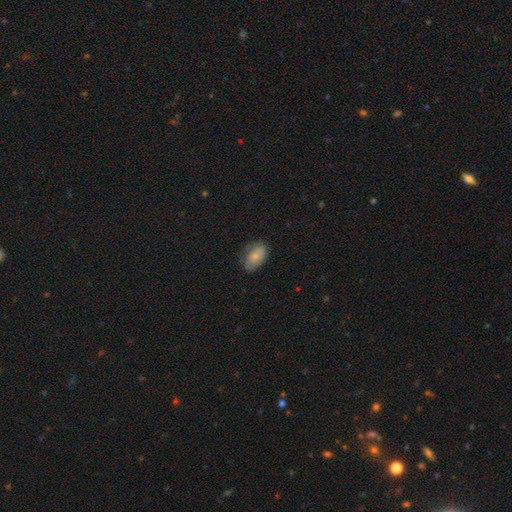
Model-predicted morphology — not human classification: This is likely a smooth galaxy (70%). How rounded: clearly in between (91%). Merging: likely none (69%).